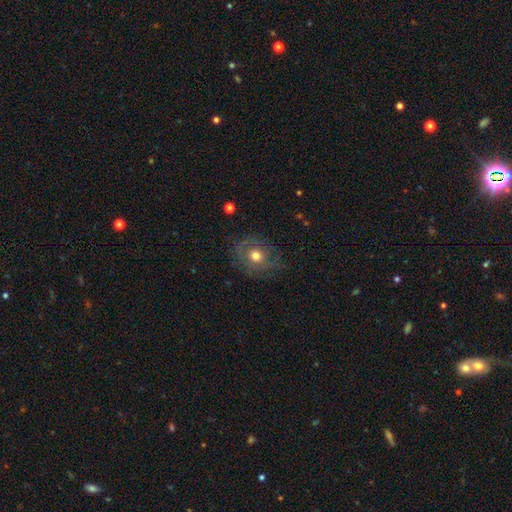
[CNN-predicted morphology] Smooth or featured: smooth — 47% (featured or disk — 41%)
Merging: none — 73% (minor disturbance — 17%)